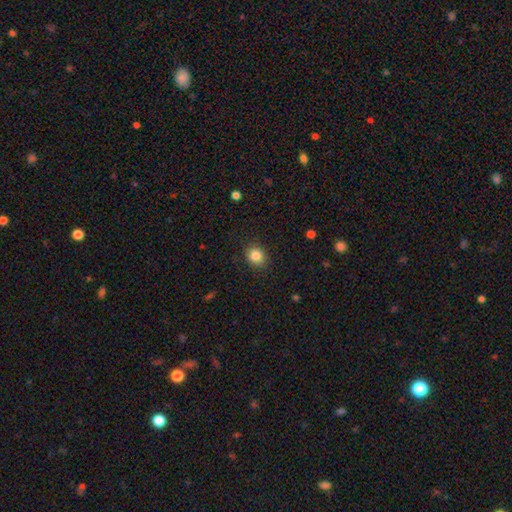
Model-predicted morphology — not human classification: The model was most divided on "how rounded": round: 67%, in between: 32%, cigar-shaped: 1%. More confident: merging — none (87%); smooth or featured — smooth (84%).